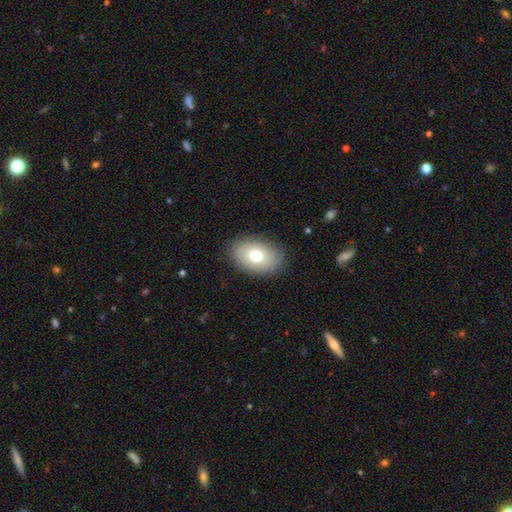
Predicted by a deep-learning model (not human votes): smooth-or-featured: smooth: 75% | featured or disk: 16% | star or artifact: 8%
  how-rounded: in between: 87% | round: 12% | cigar-shaped: 1%
  merging: none: 87% | minor disturbance: 9% | major disturbance: 3% | merger: 1%